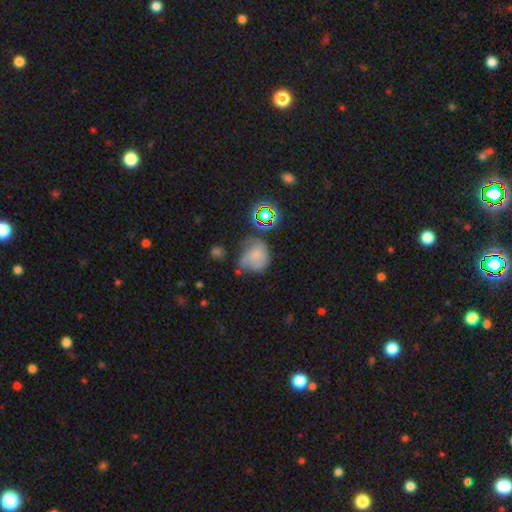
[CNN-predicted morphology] smooth_or_featured: smooth (p=0.53) [alt: featured or disk p=0.28]
how_rounded: round (p=0.62) [alt: in between p=0.37]
merging: none (p=0.32) [alt: minor disturbance p=0.31]